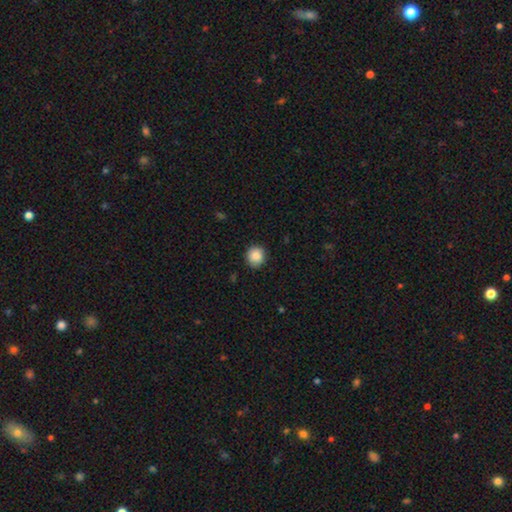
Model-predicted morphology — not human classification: Smooth or featured? Predicted: smooth (p=0.87). How rounded? Predicted: round (p=0.87). Merging? Predicted: none (p=0.88).